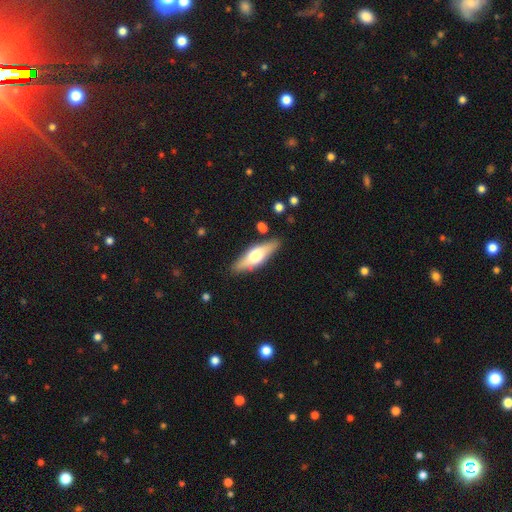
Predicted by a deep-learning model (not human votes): smooth_or_featured: smooth (p=0.48) [alt: featured or disk p=0.47]
merging: none (p=0.85) [alt: minor disturbance p=0.10]